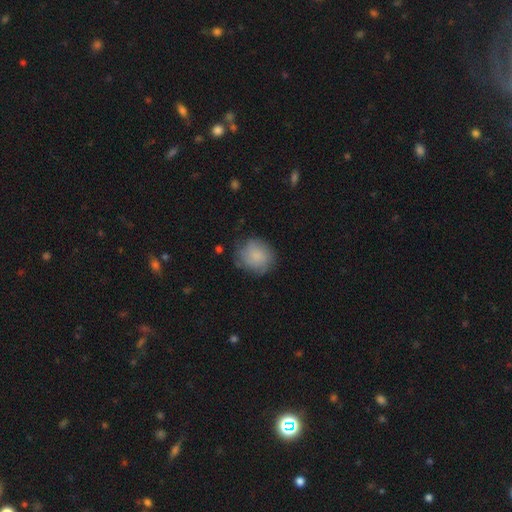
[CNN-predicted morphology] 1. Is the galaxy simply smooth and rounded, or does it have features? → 77% smooth, 15% featured or disk, 8% star or artifact.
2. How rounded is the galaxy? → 80% round, 19% in between, 1% cigar-shaped.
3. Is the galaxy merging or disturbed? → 72% none, 21% minor disturbance, 6% major disturbance, 2% merger.